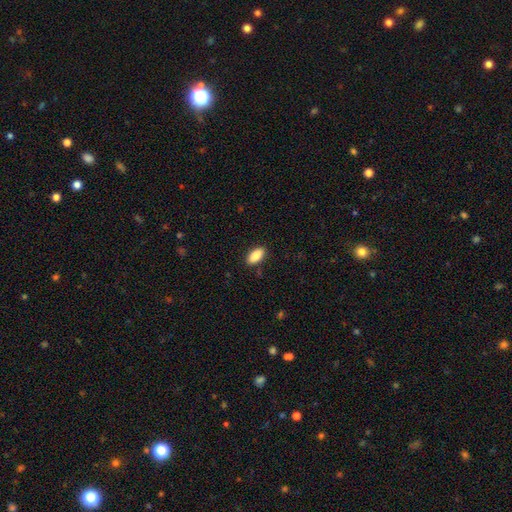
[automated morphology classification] A smooth galaxy with no disk features (89%) that is in between round and cigar-shaped (92%). Merging: none (88%).